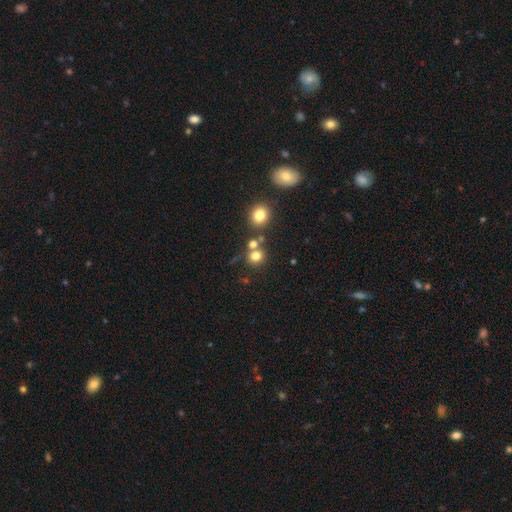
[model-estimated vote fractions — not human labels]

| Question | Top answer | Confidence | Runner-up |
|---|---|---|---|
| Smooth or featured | smooth | 75% | star or artifact (16%) |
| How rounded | round | 85% | in between (14%) |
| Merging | none | 61% | merger (25%) |